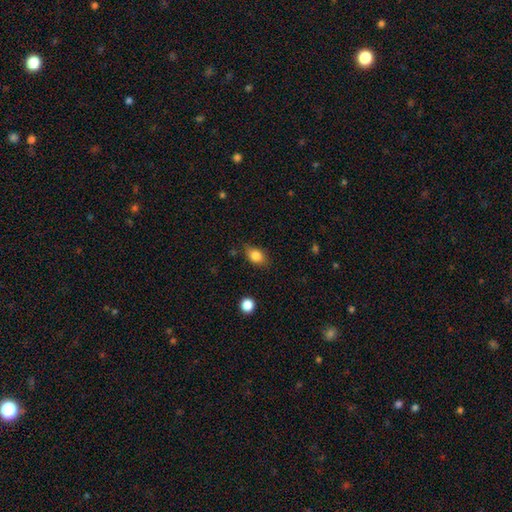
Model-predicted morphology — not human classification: smooth 83%, star or artifact 9%, featured or disk 8%. Down the decision tree: how rounded — in between (75%); merging — none (77%).